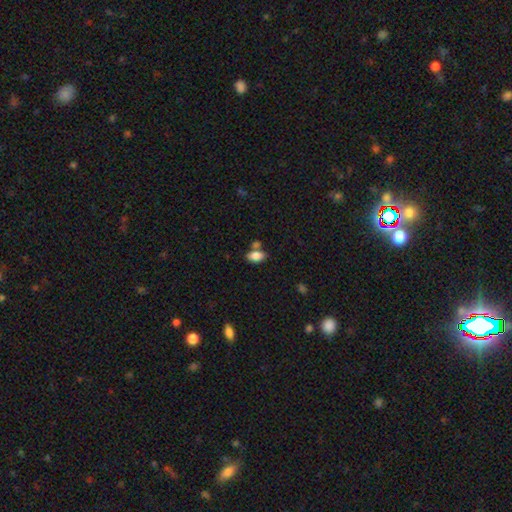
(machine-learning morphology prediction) Smooth or featured: smooth — 84% (star or artifact — 8%)
How rounded: in between — 90% (round — 6%)
Merging: none — 59% (merger — 23%)